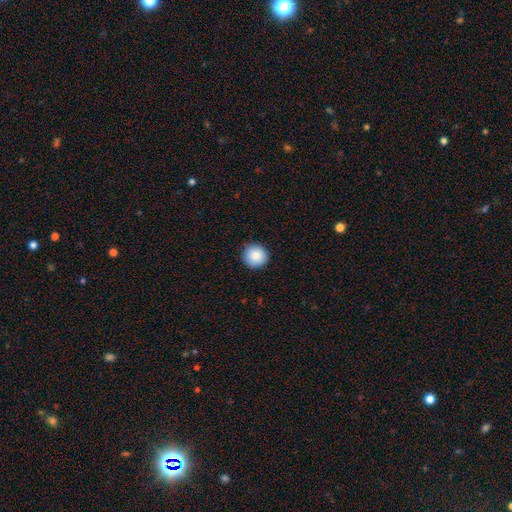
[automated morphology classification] smooth-or-featured: smooth: 87% | star or artifact: 8% | featured or disk: 5%
  how-rounded: round: 93% | in between: 6% | cigar-shaped: 1%
  merging: none: 89% | minor disturbance: 8% | major disturbance: 2% | merger: 1%